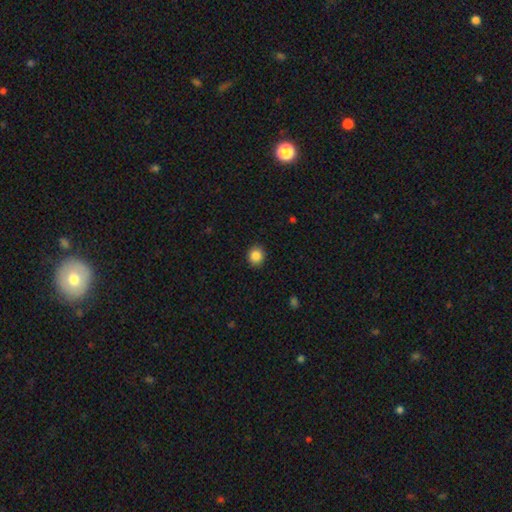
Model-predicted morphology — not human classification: The model was most divided on "how rounded": round: 80%, in between: 19%, cigar-shaped: 1%. More confident: merging — none (91%); smooth or featured — smooth (86%).